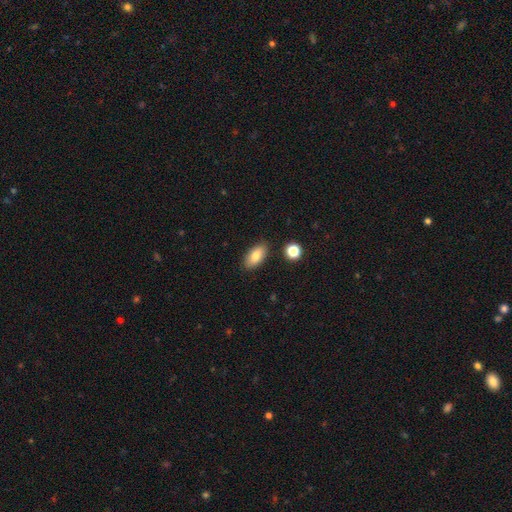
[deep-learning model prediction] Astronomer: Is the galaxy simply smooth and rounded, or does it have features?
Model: smooth — 81%.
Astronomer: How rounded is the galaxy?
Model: in between — 90%.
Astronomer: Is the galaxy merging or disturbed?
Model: none — 86%.